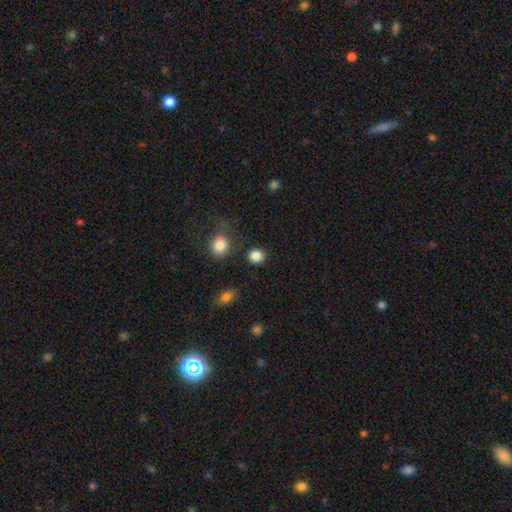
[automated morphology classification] Smooth or featured: smooth — 86% (star or artifact — 10%)
How rounded: round — 85% (in between — 14%)
Merging: none — 85% (minor disturbance — 7%)